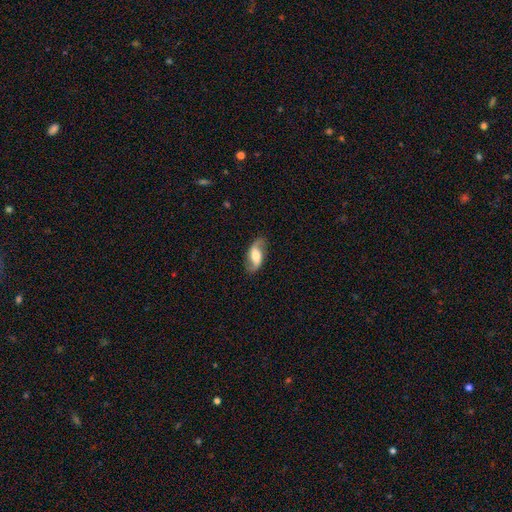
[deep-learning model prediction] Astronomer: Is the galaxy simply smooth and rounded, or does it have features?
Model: featured or disk — 73%.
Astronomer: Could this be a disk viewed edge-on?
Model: no — 93%.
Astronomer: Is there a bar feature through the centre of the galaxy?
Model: weak — 41% (runner-up: no, 34%).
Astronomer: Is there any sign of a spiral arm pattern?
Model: yes — 92%.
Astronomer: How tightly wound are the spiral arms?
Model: loose — 70%.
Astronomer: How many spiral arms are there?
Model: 2 — 92%.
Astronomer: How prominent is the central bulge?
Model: moderate — 48% (runner-up: large, 28%).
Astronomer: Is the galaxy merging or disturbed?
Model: none — 81%.